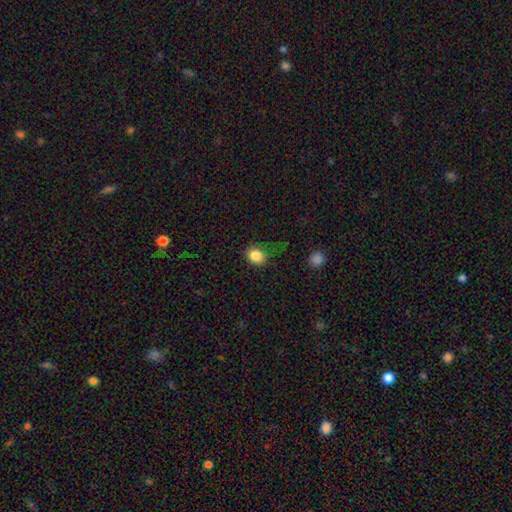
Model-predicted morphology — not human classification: Overall: smooth (85%). How rounded: round (60%; in between 39%). Merging: none (80%).